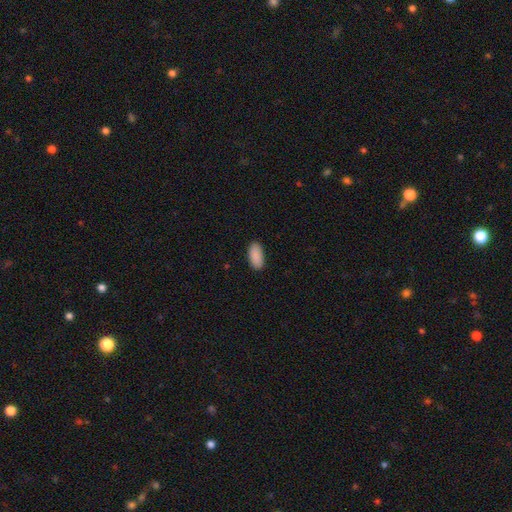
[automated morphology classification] smooth-or-featured: smooth: 91% | star or artifact: 6% | featured or disk: 3%
  how-rounded: in between: 92% | cigar-shaped: 6% | round: 2%
  merging: none: 89% | minor disturbance: 8% | major disturbance: 2% | merger: 1%